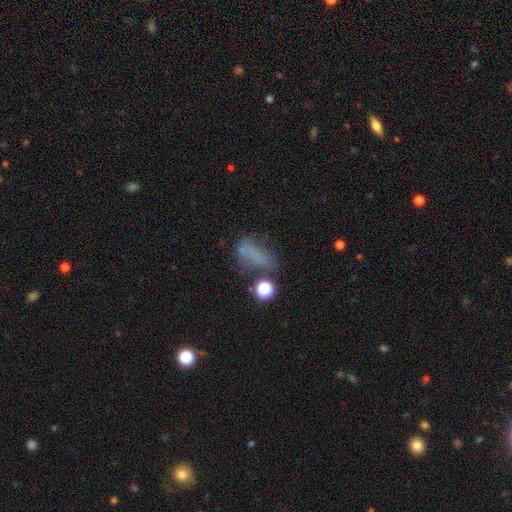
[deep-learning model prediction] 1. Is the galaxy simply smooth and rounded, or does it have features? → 51% smooth, 26% star or artifact, 23% featured or disk.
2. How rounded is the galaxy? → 65% in between, 20% round, 15% cigar-shaped.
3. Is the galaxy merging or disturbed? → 36% none, 29% major disturbance, 21% minor disturbance, 14% merger.